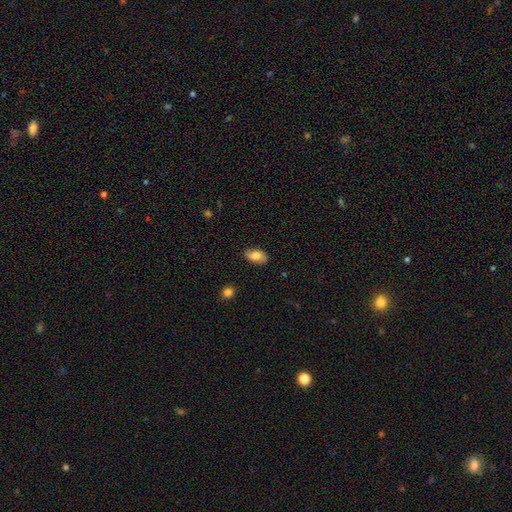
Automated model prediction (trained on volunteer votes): Smooth or featured: smooth — 74% (featured or disk — 18%)
How rounded: in between — 92% (round — 6%)
Merging: none — 82% (minor disturbance — 14%)